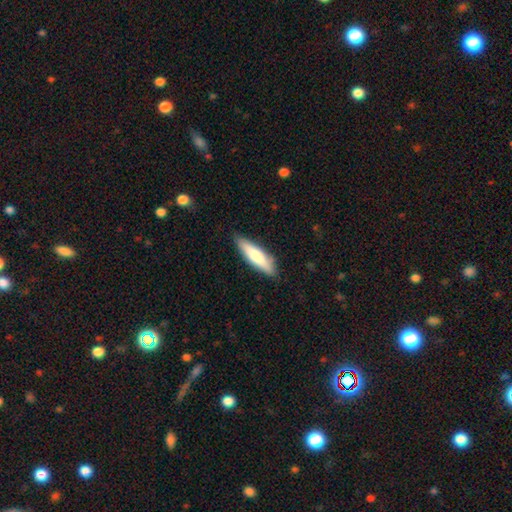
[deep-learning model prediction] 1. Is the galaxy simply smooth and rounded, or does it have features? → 70% smooth, 25% featured or disk, 5% star or artifact.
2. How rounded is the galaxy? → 67% cigar-shaped, 32% in between, 1% round.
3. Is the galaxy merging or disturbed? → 85% none, 12% minor disturbance, 2% major disturbance, 1% merger.